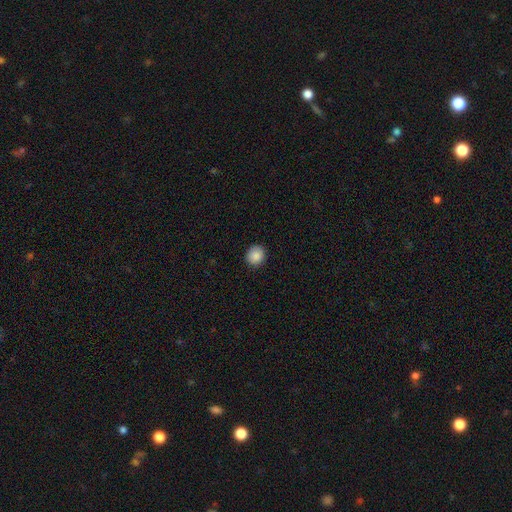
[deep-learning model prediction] Q: Smooth or featured?
A: smooth (88%); runner-up: star or artifact (9%)
Q: How rounded?
A: round (82%); runner-up: in between (18%)
Q: Merging?
A: none (90%); runner-up: minor disturbance (7%)